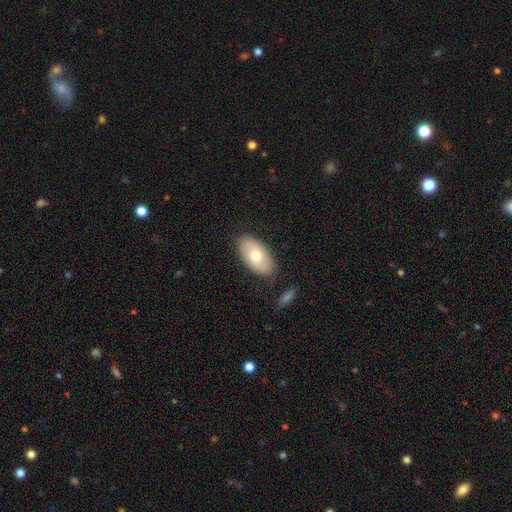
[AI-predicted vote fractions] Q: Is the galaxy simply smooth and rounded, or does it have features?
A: smooth — 66%.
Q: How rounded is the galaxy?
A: in between — 94%.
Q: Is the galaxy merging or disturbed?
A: none — 83%.